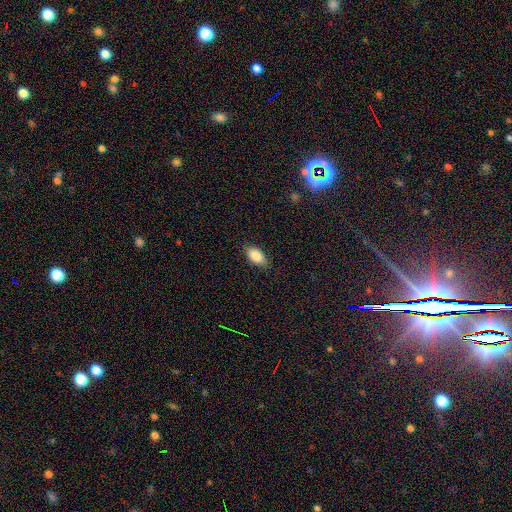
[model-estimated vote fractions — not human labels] Overall: smooth (86%). How rounded: in between (91%). Merging: none (85%).